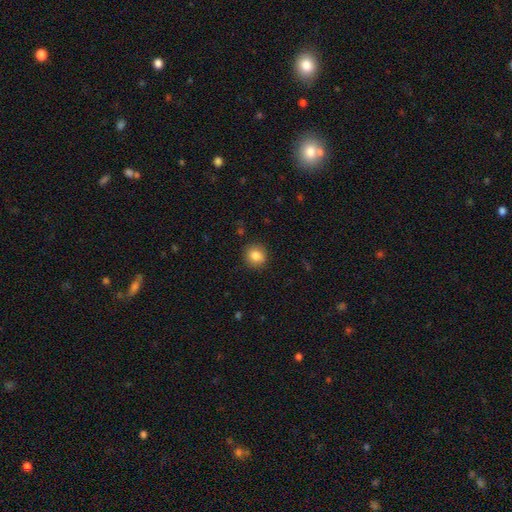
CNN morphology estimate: Q: Smooth or featured?
A: smooth (84%); runner-up: star or artifact (10%)
Q: How rounded?
A: round (85%); runner-up: in between (14%)
Q: Merging?
A: none (90%); runner-up: minor disturbance (7%)